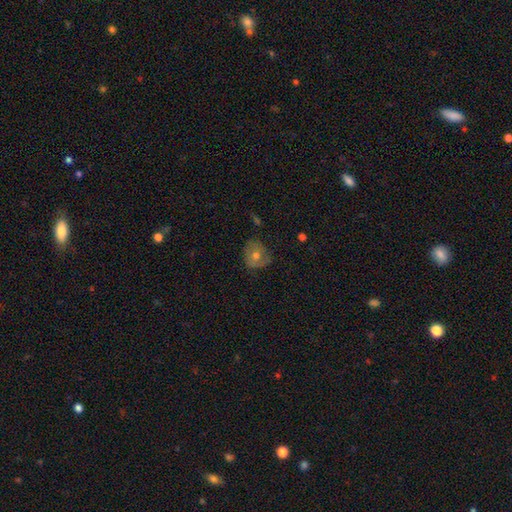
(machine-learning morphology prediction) This appears to be a smooth galaxy with no disk features (51%) that is round (76%). Merging: none (69%).